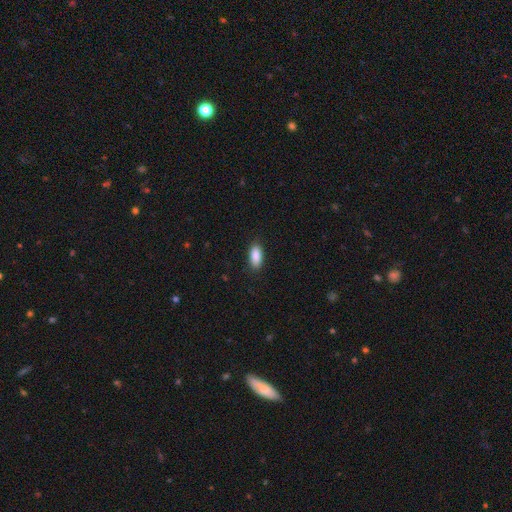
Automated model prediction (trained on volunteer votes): The model was most divided on "merging": none: 87%, minor disturbance: 10%, major disturbance: 2%, merger: 1%. More confident: smooth or featured — smooth (90%); how rounded — in between (89%).